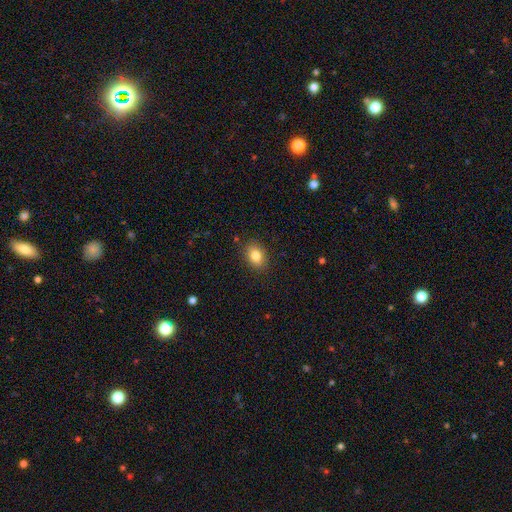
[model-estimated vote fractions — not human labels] Smooth or featured? smooth (83%)
How rounded? in between (75%)
Merging? none (87%)